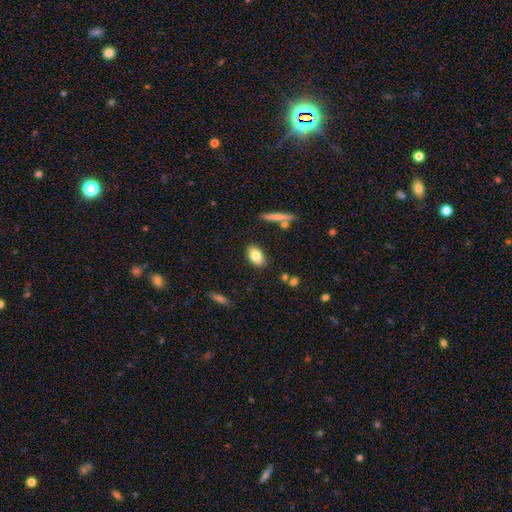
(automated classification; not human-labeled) This appears to be a smooth galaxy with no disk features (79%) that is in between round and cigar-shaped (89%). Merging: none (85%).